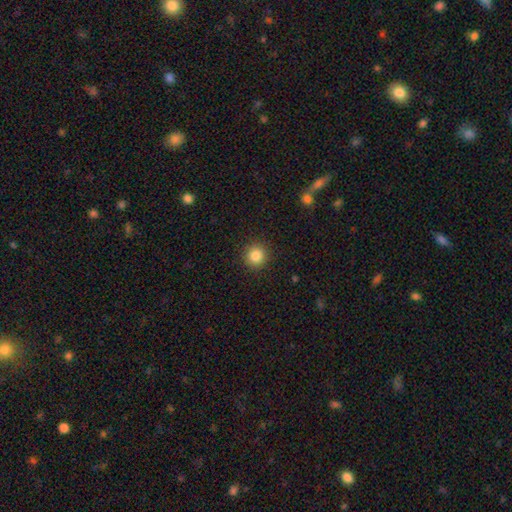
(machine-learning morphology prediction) Smooth or featured?
  - smooth: 84% *
  - star or artifact: 11%
  - featured or disk: 5%
How rounded?
  - round: 93% *
  - in between: 6%
  - cigar-shaped: 1%
Merging?
  - none: 92% *
  - minor disturbance: 5%
  - major disturbance: 2%
  - merger: 1%